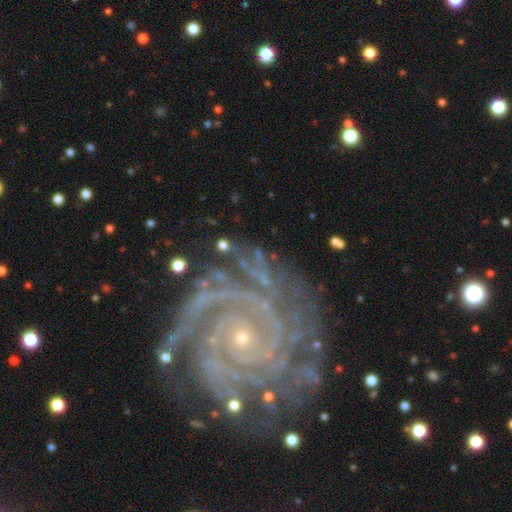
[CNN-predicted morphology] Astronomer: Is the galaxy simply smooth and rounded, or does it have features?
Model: featured or disk — 92%.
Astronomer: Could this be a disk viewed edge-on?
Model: no — 98%.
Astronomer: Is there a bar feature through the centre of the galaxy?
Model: no — 75%.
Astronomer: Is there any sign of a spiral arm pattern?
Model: yes — 99%.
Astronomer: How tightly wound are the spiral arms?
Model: tight — 85%.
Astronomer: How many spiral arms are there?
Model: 2 — 28% (runner-up: 3, 22%).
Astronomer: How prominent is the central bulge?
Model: small — 84%.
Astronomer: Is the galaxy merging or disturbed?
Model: none — 74%.